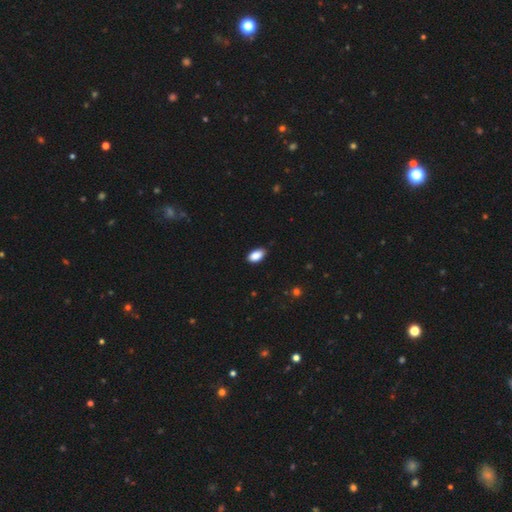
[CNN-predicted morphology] Q: Smooth or featured?
A: smooth (90%); runner-up: star or artifact (7%)
Q: How rounded?
A: in between (94%); runner-up: round (4%)
Q: Merging?
A: none (84%); runner-up: minor disturbance (13%)